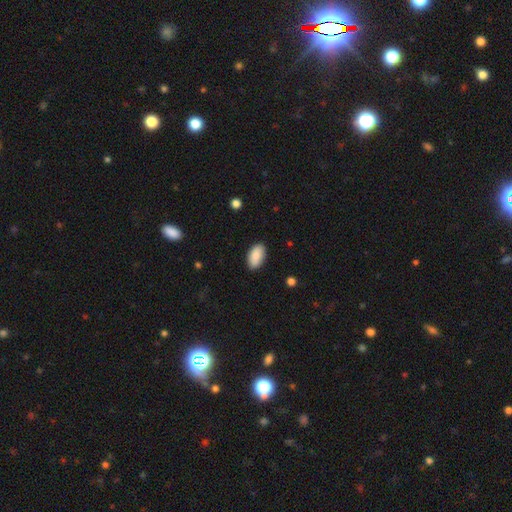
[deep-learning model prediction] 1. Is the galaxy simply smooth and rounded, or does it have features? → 89% smooth, 6% star or artifact, 5% featured or disk.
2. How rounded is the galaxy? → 95% in between, 3% round, 2% cigar-shaped.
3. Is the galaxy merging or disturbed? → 87% none, 9% minor disturbance, 2% major disturbance, 1% merger.